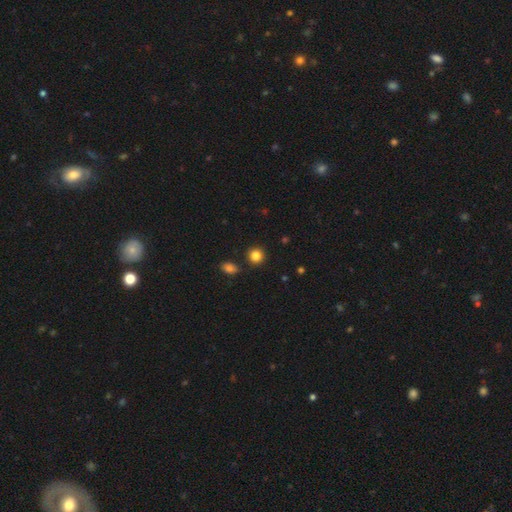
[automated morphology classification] Smooth or featured: smooth — 84% (star or artifact — 11%)
How rounded: round — 90% (in between — 9%)
Merging: none — 88% (minor disturbance — 6%)